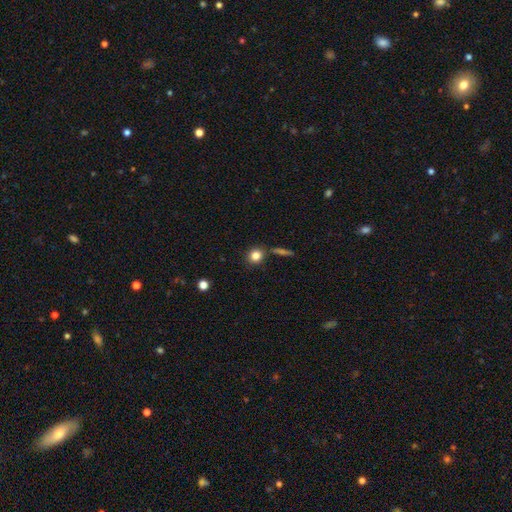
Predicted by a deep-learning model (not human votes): smooth_or_featured: smooth (p=0.83) [alt: star or artifact p=0.11]
how_rounded: round (p=0.84) [alt: in between p=0.14]
merging: none (p=0.78) [alt: minor disturbance p=0.10]